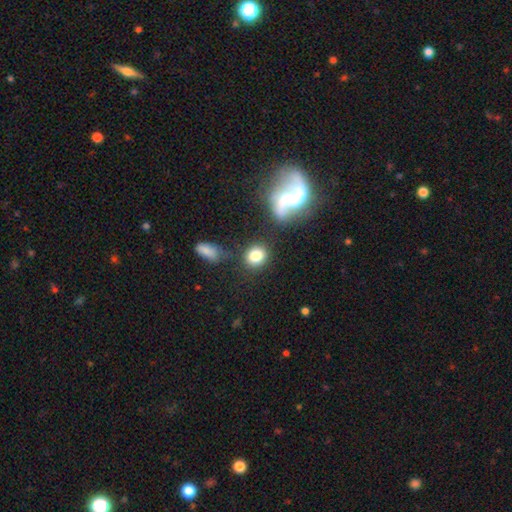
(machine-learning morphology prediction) A smooth galaxy with no disk features (80%) that is round (77%). Merging: none (70%).